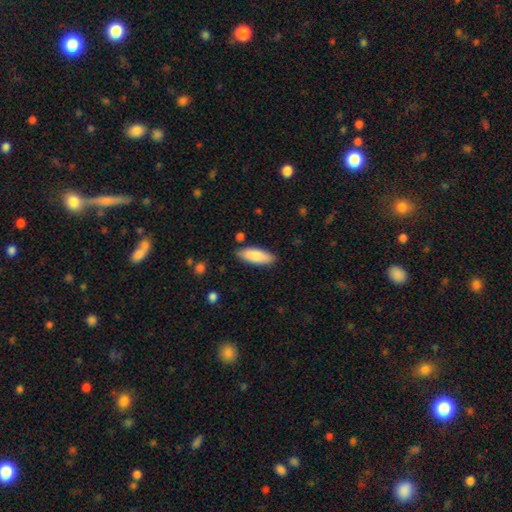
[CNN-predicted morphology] Smooth or featured: smooth — 85% (featured or disk — 9%)
How rounded: in between — 70% (cigar-shaped — 28%)
Merging: none — 85% (minor disturbance — 11%)